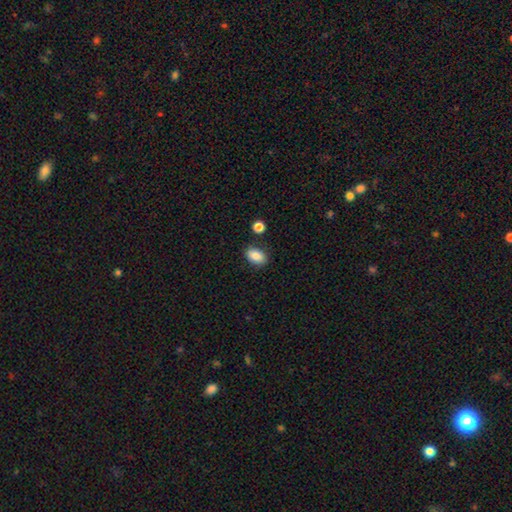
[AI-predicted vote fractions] Smooth or featured: smooth — 84% (star or artifact — 9%)
How rounded: in between — 85% (round — 14%)
Merging: none — 81% (minor disturbance — 12%)